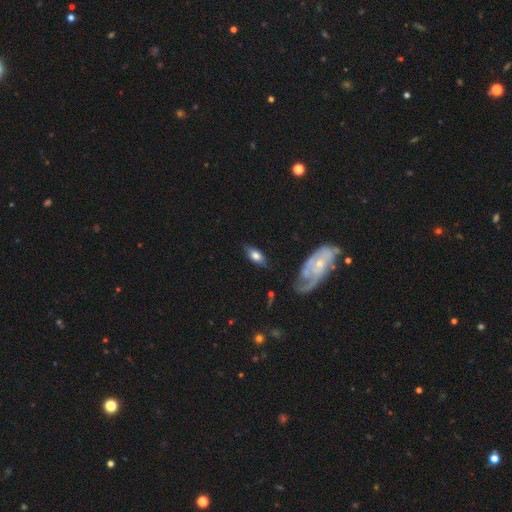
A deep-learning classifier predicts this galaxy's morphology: Smooth or featured: smooth — 59% (featured or disk — 34%)
How rounded: in between — 82% (cigar-shaped — 13%)
Merging: none — 71% (minor disturbance — 19%)